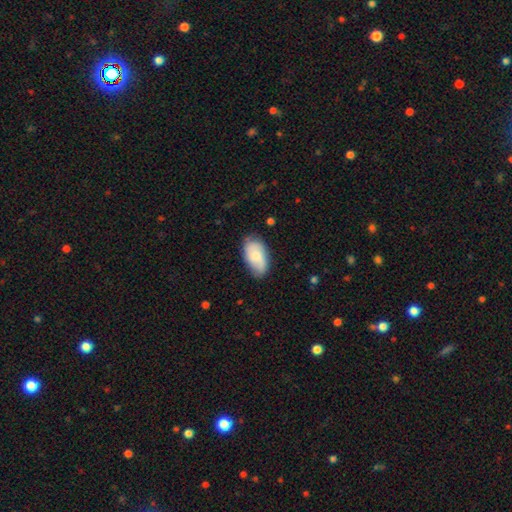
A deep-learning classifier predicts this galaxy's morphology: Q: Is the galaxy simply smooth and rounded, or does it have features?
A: smooth — 73%.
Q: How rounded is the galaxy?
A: in between — 94%.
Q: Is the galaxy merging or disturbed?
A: none — 70%.